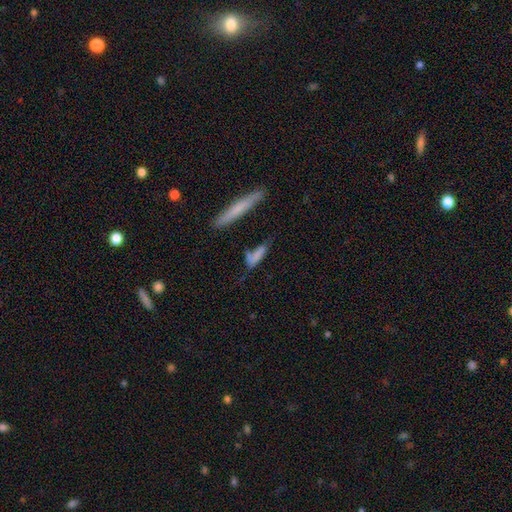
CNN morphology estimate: Smooth or featured? smooth (69%)
How rounded? cigar-shaped (61%)
Merging? none (46%)